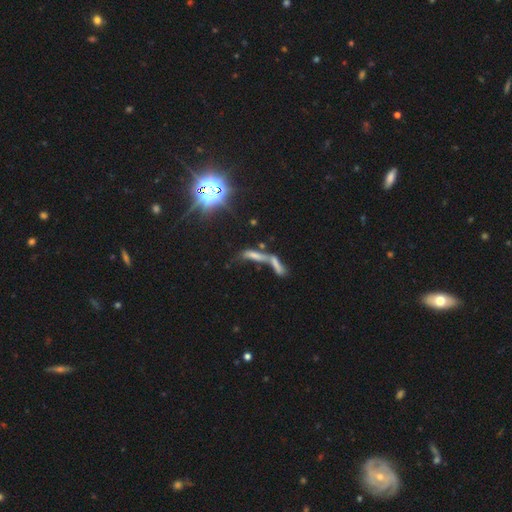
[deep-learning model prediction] This is possibly a smooth galaxy (47%). Merging: likely merger (66%).